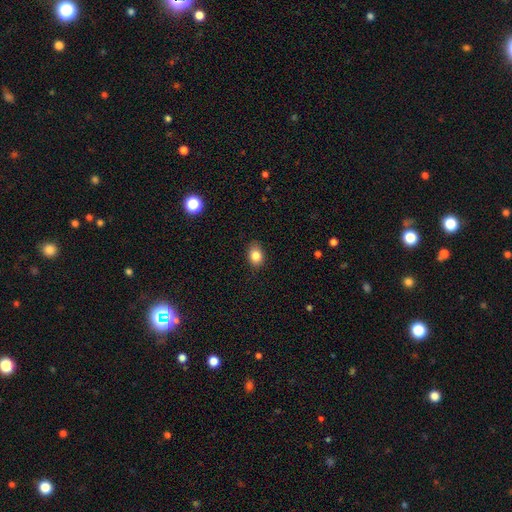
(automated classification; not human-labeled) Smooth or featured?
  - smooth: 84% *
  - star or artifact: 10%
  - featured or disk: 6%
How rounded?
  - in between: 70% *
  - round: 29%
  - cigar-shaped: 1%
Merging?
  - none: 85% *
  - minor disturbance: 12%
  - major disturbance: 2%
  - merger: 1%